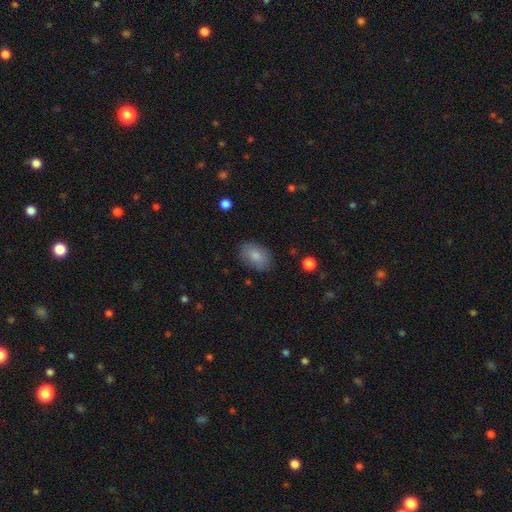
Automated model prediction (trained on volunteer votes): A smooth galaxy with no disk features (83%) that is in between round and cigar-shaped (82%). Merging: none (80%).